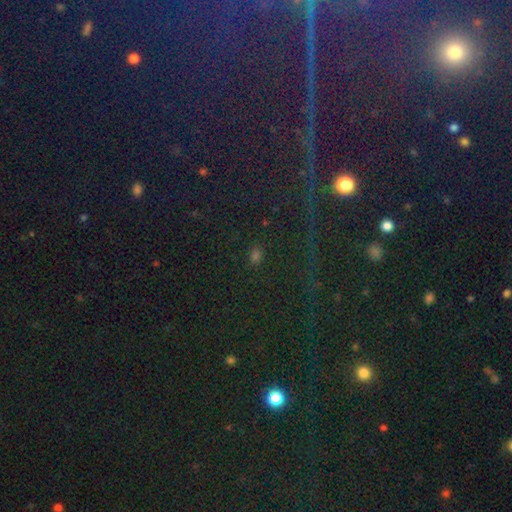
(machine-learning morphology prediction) Smooth or featured? Predicted: smooth (p=0.49). Merging? Predicted: none (p=0.84).